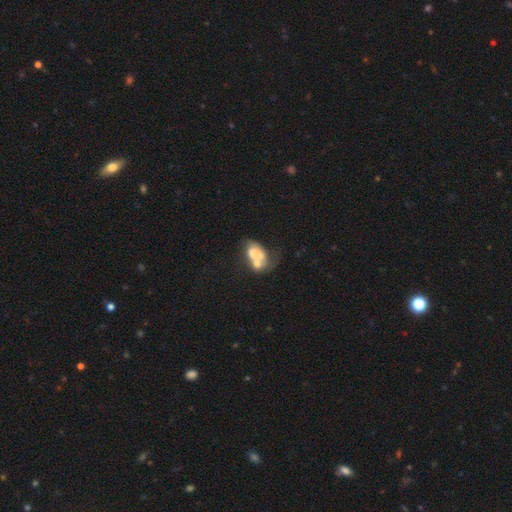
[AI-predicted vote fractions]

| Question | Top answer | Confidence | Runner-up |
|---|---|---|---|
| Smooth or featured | smooth | 51% | featured or disk (39%) |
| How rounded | in between | 82% | round (16%) |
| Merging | merger | 56% | major disturbance (17%) |